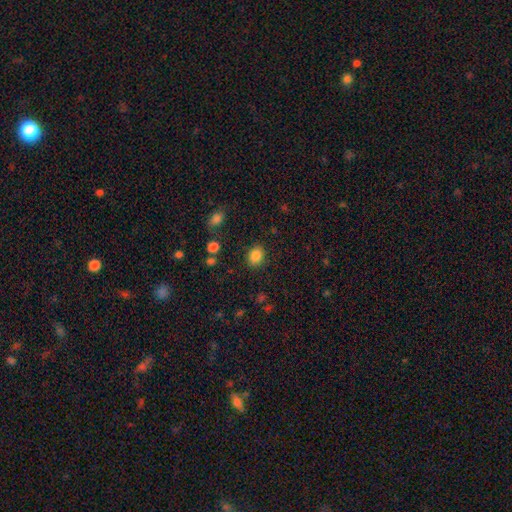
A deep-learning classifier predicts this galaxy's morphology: Overall: smooth (85%). How rounded: in between (50%; round 49%). Merging: none (86%).